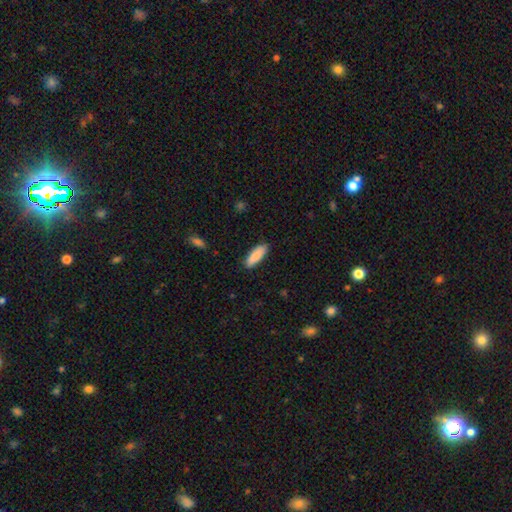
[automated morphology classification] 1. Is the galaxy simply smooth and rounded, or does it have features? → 87% smooth, 7% featured or disk, 6% star or artifact.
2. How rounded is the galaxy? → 55% in between, 43% cigar-shaped, 2% round.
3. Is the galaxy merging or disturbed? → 87% none, 10% minor disturbance, 2% major disturbance, 1% merger.